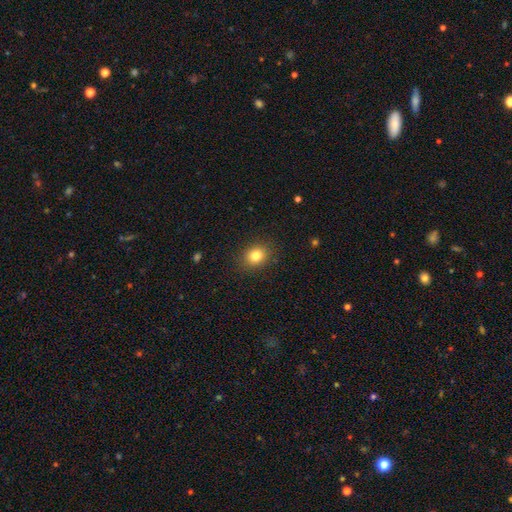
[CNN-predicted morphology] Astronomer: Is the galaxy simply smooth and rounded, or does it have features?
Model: smooth — 82%.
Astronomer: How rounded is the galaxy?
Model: round — 57% (runner-up: in between, 42%).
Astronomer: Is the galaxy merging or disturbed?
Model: none — 88%.